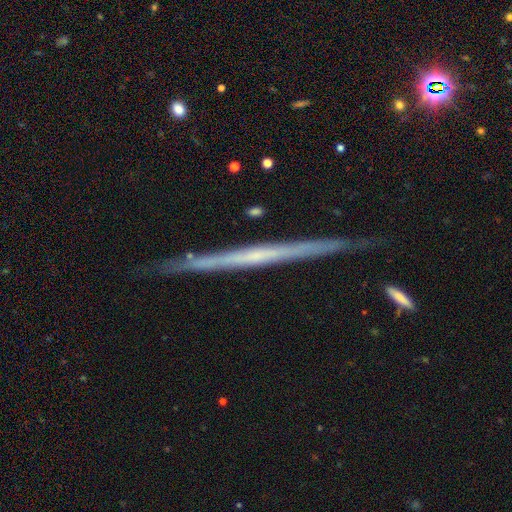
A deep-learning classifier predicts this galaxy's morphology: The model was most divided on "smooth or featured": featured or disk: 72%, smooth: 20%, star or artifact: 8%. More confident: edge-on disk — yes (97%); merging — none (87%); edge-on bulge — none (82%).